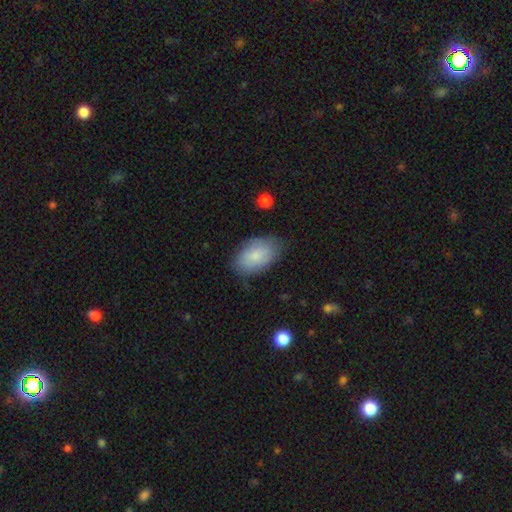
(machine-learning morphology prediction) A smooth galaxy with no disk features (80%) that is in between round and cigar-shaped (91%). Merging: none (74%).